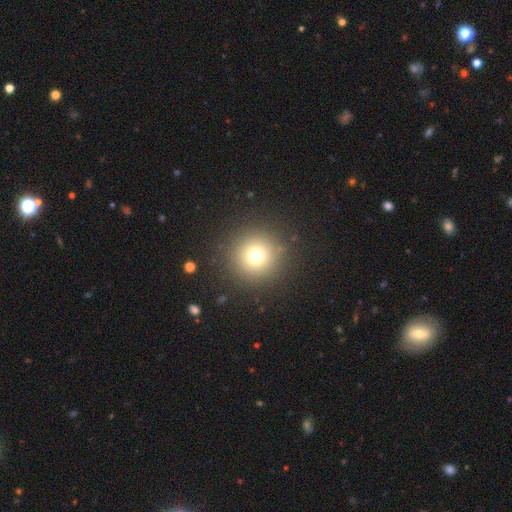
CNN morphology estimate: This appears to be a smooth galaxy with no disk features (73%) that is round (96%). Merging: none (90%).